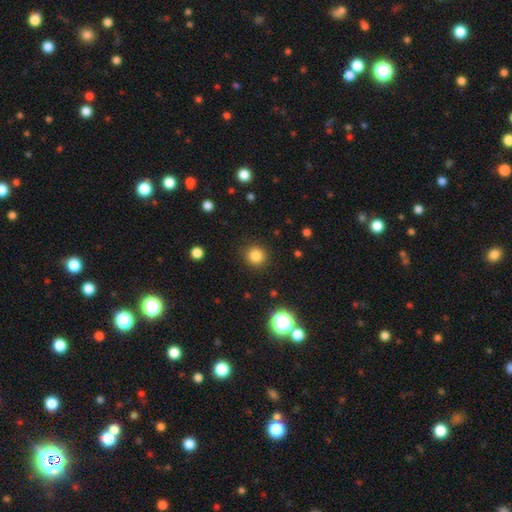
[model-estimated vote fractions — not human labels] Q: Smooth or featured?
A: smooth (83%); runner-up: star or artifact (12%)
Q: How rounded?
A: round (92%); runner-up: in between (7%)
Q: Merging?
A: none (90%); runner-up: minor disturbance (6%)